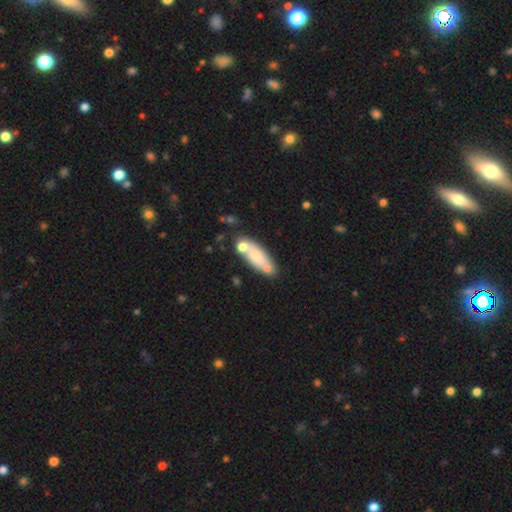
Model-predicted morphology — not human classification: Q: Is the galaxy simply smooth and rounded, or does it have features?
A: smooth — 68%.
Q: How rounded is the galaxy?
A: in between — 57%.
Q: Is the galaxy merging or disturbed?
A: none — 60%.